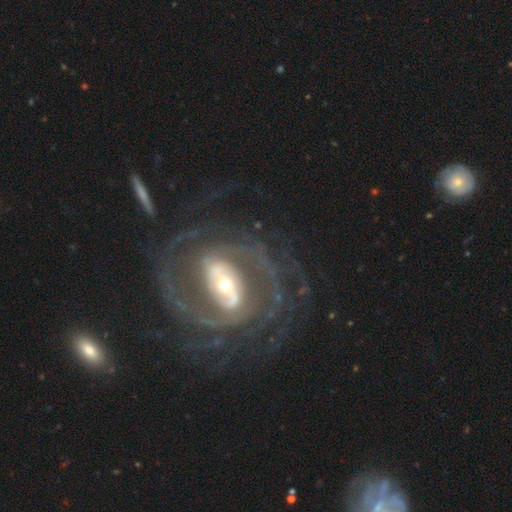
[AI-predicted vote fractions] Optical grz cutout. It shows a featured or disk galaxy (90%) with a strong bar (57%), 2 (63%) tight (51%) spiral arms (96%) and a small central bulge (47%). Merging: none (68%).